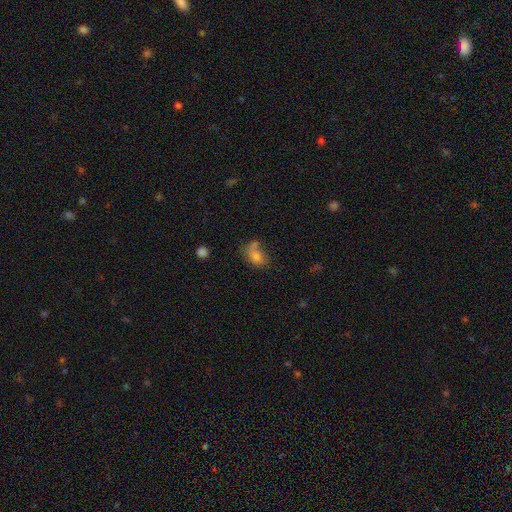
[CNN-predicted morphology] Overall: smooth (73%). How rounded: in between (76%). Merging: none (46%; merger 26%).